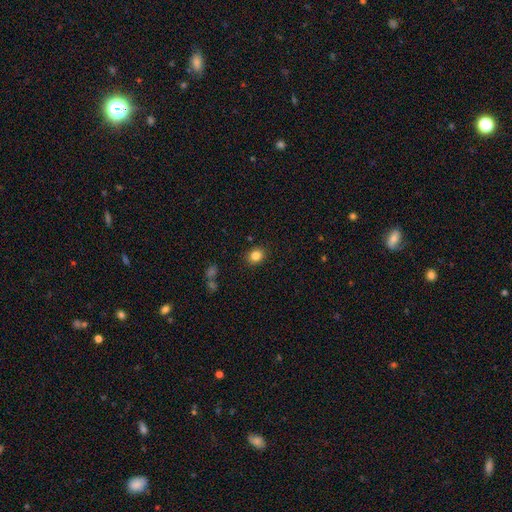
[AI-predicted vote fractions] smooth_or_featured: smooth (p=0.84) [alt: star or artifact p=0.11]
how_rounded: round (p=0.66) [alt: in between p=0.33]
merging: none (p=0.88) [alt: minor disturbance p=0.08]